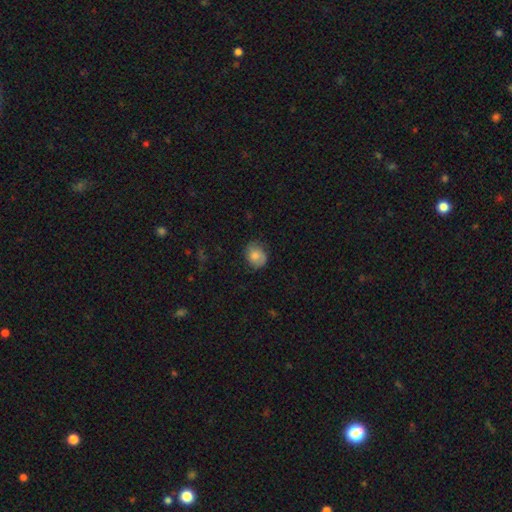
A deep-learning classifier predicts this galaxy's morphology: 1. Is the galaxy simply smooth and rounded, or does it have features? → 72% smooth, 20% featured or disk, 8% star or artifact.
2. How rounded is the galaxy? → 58% round, 41% in between, 1% cigar-shaped.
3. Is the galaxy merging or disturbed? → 69% none, 23% minor disturbance, 6% major disturbance, 1% merger.